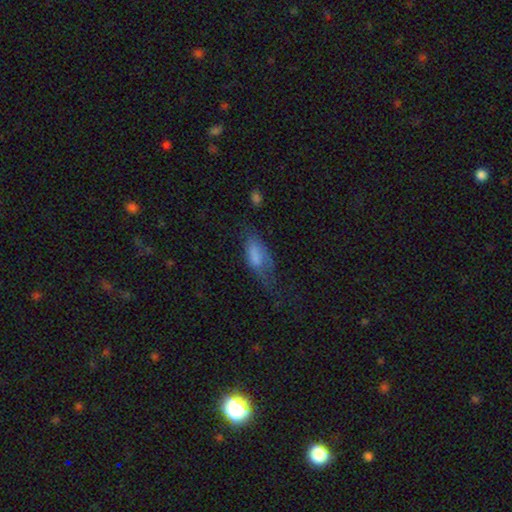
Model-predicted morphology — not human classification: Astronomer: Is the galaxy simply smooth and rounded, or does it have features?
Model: smooth — 68%.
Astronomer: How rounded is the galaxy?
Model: in between — 80%.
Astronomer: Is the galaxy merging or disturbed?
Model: major disturbance — 34% (runner-up: none, 33%).